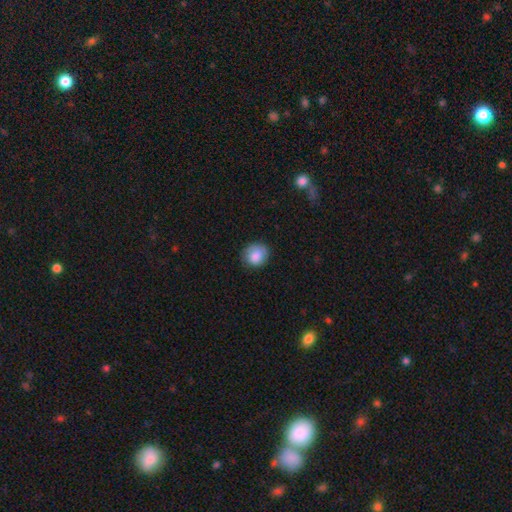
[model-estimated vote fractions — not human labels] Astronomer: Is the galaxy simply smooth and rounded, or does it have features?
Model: smooth — 84%.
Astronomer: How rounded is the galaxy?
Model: round — 77%.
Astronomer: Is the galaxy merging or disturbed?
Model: none — 78%.